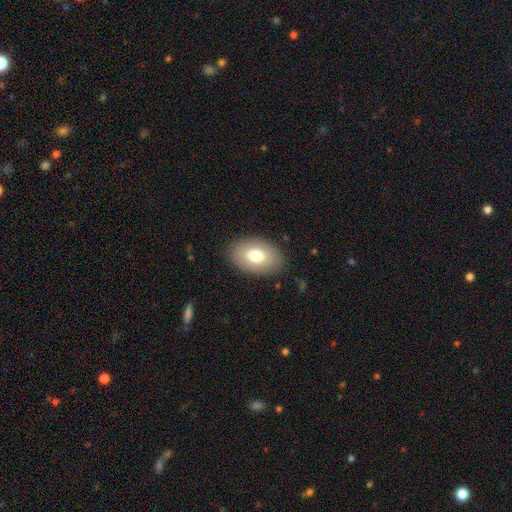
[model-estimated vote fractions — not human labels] This appears to be a smooth galaxy with no disk features (75%) that is in between round and cigar-shaped (89%). Merging: none (87%).